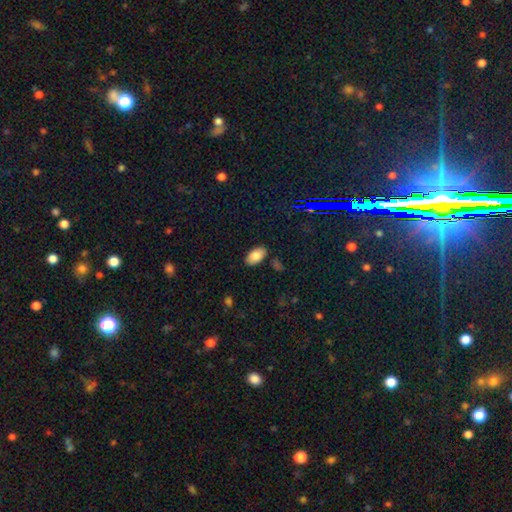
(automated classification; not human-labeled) Smooth or featured? smooth (82%)
How rounded? in between (95%)
Merging? none (85%)